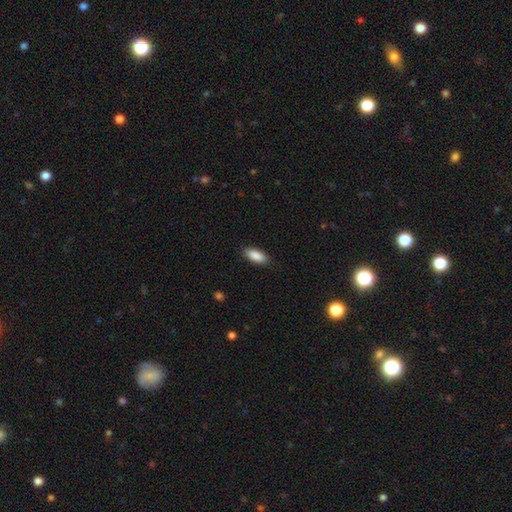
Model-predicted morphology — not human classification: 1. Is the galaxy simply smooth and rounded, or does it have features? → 89% smooth, 6% star or artifact, 5% featured or disk.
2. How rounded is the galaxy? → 83% in between, 15% cigar-shaped, 2% round.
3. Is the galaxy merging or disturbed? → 87% none, 10% minor disturbance, 2% major disturbance, 1% merger.